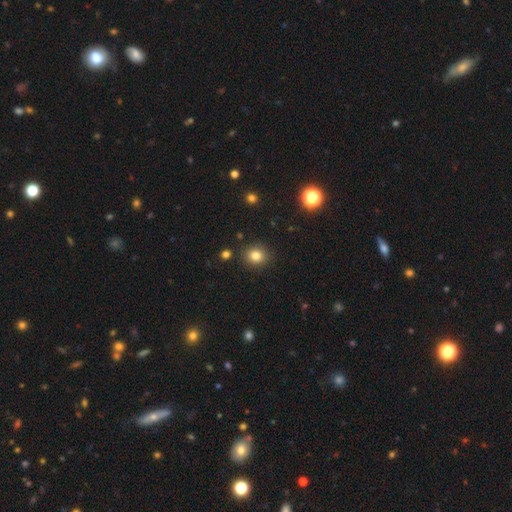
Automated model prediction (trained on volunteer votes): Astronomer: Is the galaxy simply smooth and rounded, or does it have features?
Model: smooth — 81%.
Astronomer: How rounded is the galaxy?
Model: round — 80%.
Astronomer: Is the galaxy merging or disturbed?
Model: none — 88%.